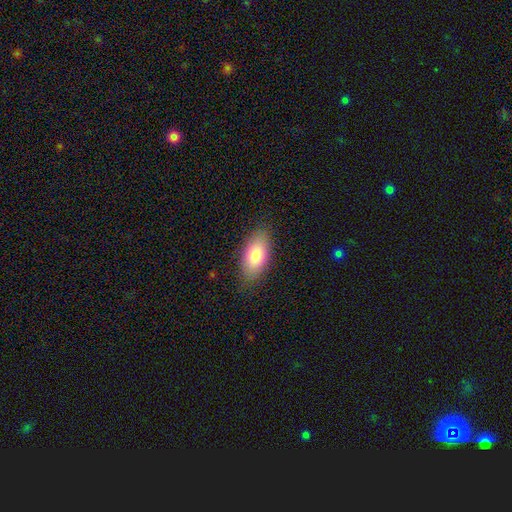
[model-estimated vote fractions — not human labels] This appears to be a smooth galaxy with no disk features (80%) that is in between round and cigar-shaped (91%). Merging: none (84%).